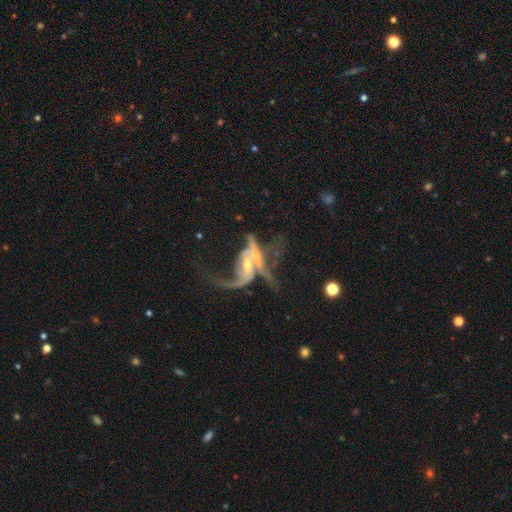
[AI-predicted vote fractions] Overall: featured or disk (76%). Edge-on disk: no (87%). Bar: no (49%; weak 34%). Spiral arms: yes (75%). Spiral arm count: 2 (53%; 1 21%). Spiral winding: loose (70%). Bulge size: moderate (45%; small 41%). Merging: merger (63%).